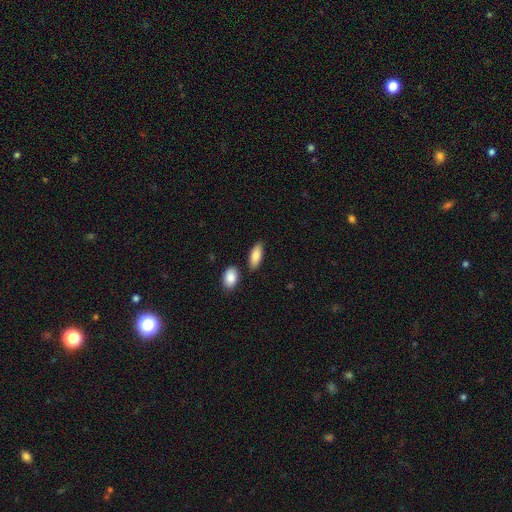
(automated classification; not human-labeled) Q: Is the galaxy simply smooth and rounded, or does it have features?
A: smooth — 85%.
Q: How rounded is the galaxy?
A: in between — 82%.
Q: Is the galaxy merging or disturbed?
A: none — 82%.